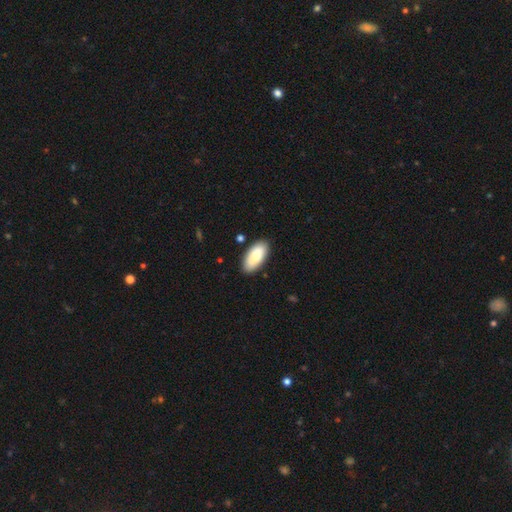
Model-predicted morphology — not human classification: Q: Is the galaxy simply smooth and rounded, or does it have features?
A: smooth — 86%.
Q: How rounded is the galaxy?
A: in between — 90%.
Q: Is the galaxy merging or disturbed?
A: none — 86%.